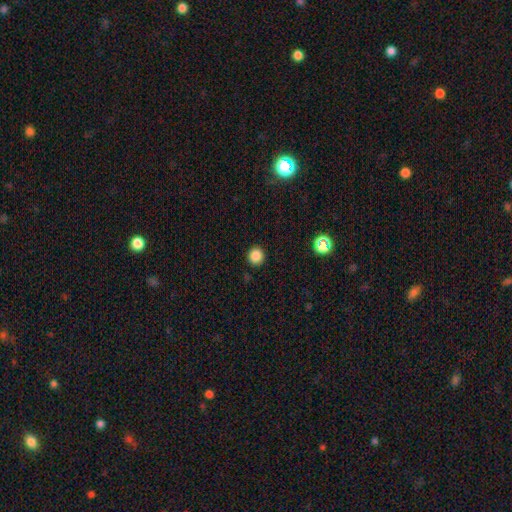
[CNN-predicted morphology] This appears to be a smooth galaxy with no disk features (85%) that is round (92%). Merging: none (91%).